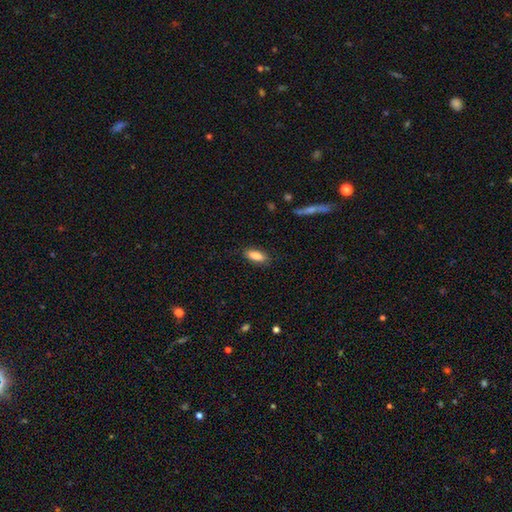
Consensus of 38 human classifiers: Smooth or featured? smooth (82%)
How rounded? in between (74%)
Merging? none (86%)